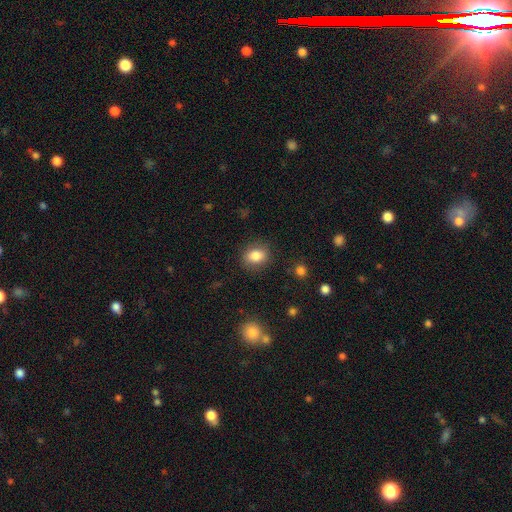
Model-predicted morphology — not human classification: smooth-or-featured: smooth: 83% | star or artifact: 9% | featured or disk: 8%
  how-rounded: in between: 55% | round: 44% | cigar-shaped: 1%
  merging: none: 85% | minor disturbance: 11% | major disturbance: 3% | merger: 1%